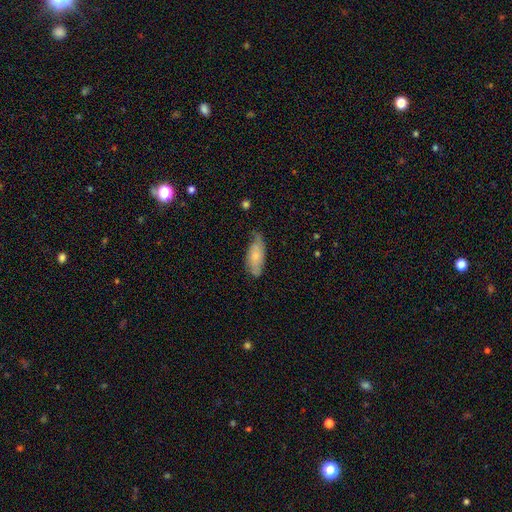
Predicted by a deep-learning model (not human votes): The model was most divided on "smooth or featured": smooth: 54%, featured or disk: 39%, star or artifact: 7%. More confident: how rounded — in between (80%); merging — none (52%).